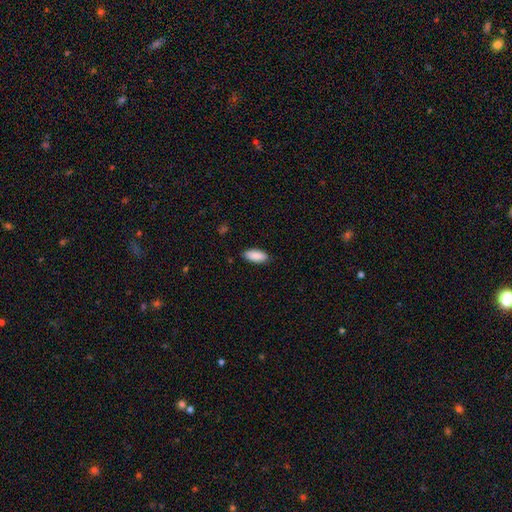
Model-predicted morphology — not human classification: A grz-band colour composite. It shows a smooth galaxy with no disk features (90%) that is in between round and cigar-shaped (89%). Merging: none (87%).